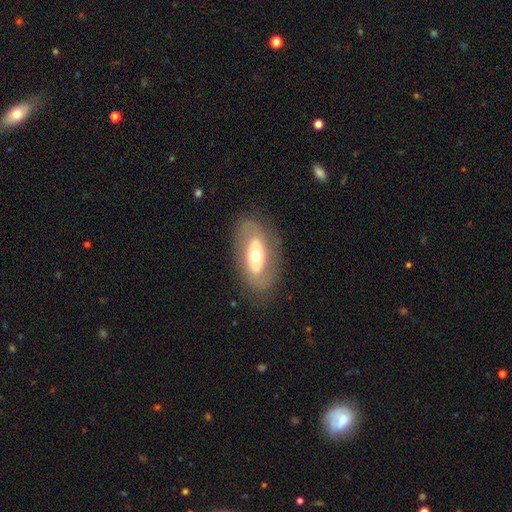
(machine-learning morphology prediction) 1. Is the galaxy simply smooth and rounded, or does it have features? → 55% featured or disk, 39% smooth, 6% star or artifact.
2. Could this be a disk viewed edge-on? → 86% no, 14% yes.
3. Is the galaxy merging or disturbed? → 78% none, 13% minor disturbance, 7% major disturbance, 1% merger.